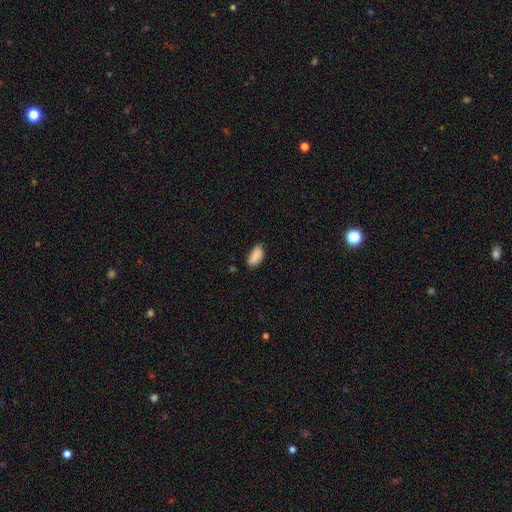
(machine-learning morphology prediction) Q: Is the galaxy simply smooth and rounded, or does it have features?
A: smooth — 83%.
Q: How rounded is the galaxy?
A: in between — 93%.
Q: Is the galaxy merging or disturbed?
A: none — 69%.